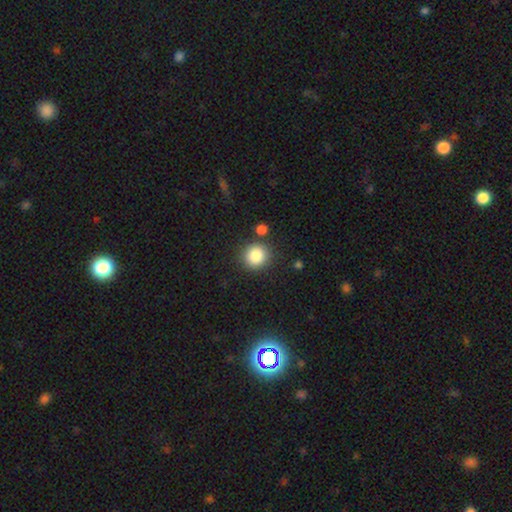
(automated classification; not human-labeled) Smooth or featured? Predicted: smooth (p=0.85). How rounded? Predicted: round (p=0.86). Merging? Predicted: none (p=0.82).